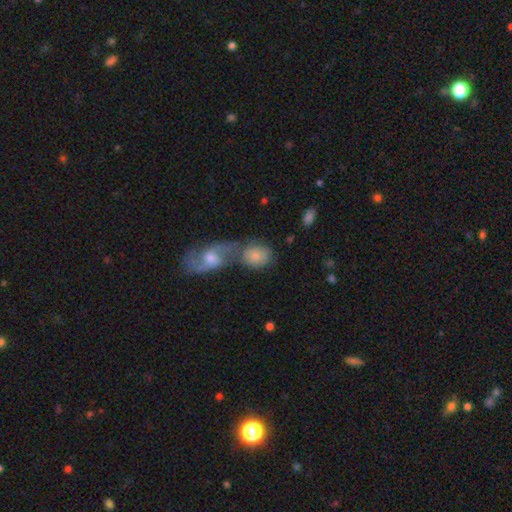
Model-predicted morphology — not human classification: Smooth or featured?
  - smooth: 67% *
  - featured or disk: 25%
  - star or artifact: 8%
How rounded?
  - in between: 54% *
  - round: 44%
  - cigar-shaped: 2%
Merging?
  - merger: 56% *
  - none: 28%
  - minor disturbance: 10%
  - major disturbance: 6%